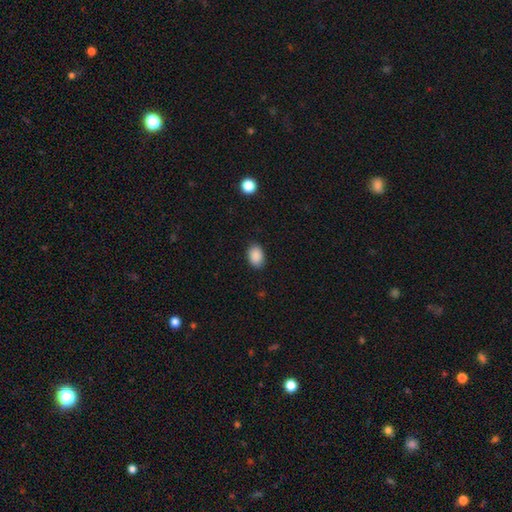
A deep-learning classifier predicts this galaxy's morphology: A smooth galaxy with no disk features (90%) that is in between round and cigar-shaped (83%).

Vote fractions:
- Smooth or featured? smooth: 90% / star or artifact: 8% / featured or disk: 3%
- How rounded? in between: 83% / round: 16% / cigar-shaped: 1%
- Merging? none: 87% / minor disturbance: 9% / major disturbance: 2% / merger: 1%